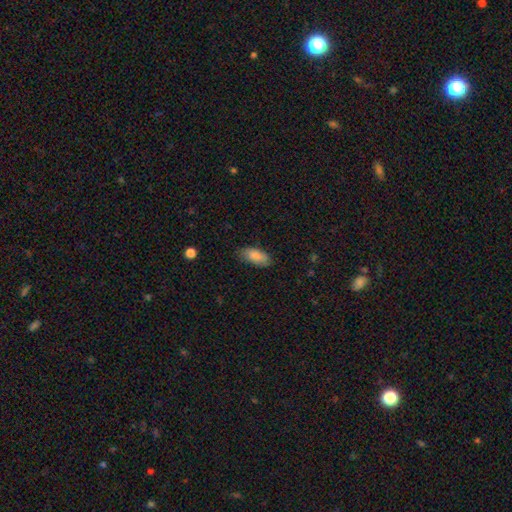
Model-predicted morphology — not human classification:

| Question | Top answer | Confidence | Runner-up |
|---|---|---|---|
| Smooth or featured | smooth | 86% | featured or disk (8%) |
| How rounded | in between | 89% | cigar-shaped (9%) |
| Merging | none | 79% | minor disturbance (17%) |